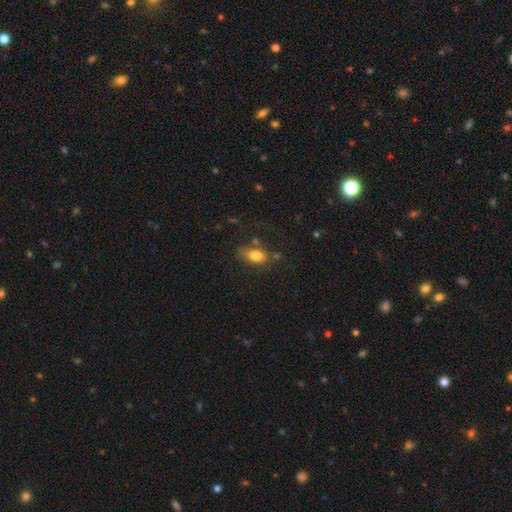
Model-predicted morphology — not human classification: The model was most divided on "merging": none: 61%, minor disturbance: 22%, major disturbance: 9%, merger: 7%. More confident: how rounded — in between (86%); smooth or featured — smooth (80%).